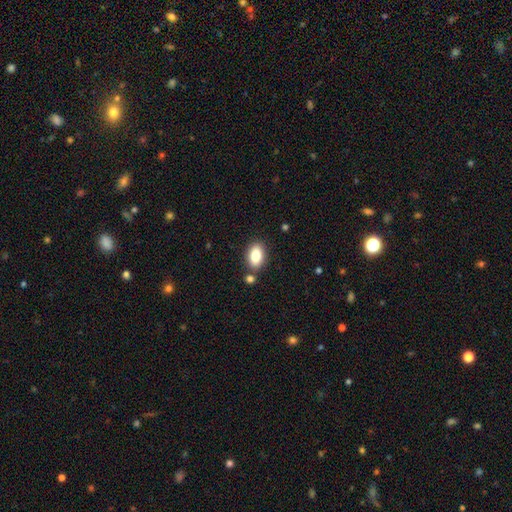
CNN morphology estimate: Overall: smooth (82%). How rounded: in between (89%). Merging: none (80%).